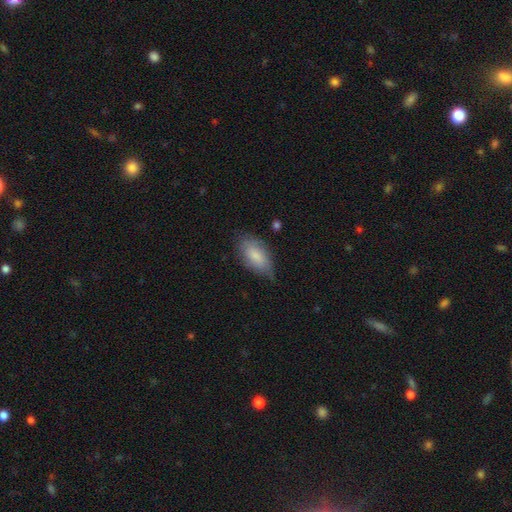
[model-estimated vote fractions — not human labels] Q: Smooth or featured?
A: smooth (78%); runner-up: featured or disk (16%)
Q: How rounded?
A: in between (91%); runner-up: cigar-shaped (6%)
Q: Merging?
A: none (60%); runner-up: minor disturbance (32%)